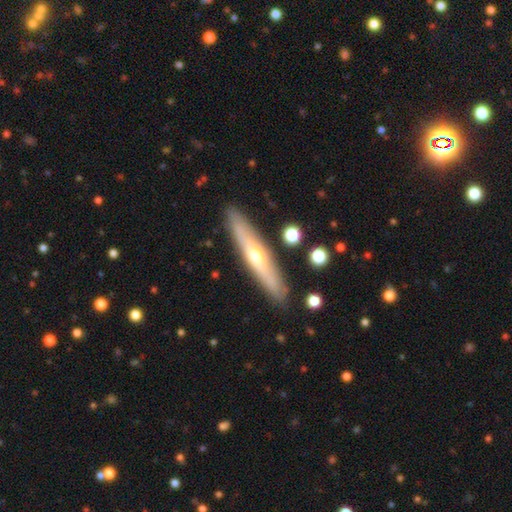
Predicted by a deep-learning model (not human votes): Morphology: type=featured or disk (61%); edge-on=yes (85%); edge-on bulge=rounded (81%); merging=none (88%).